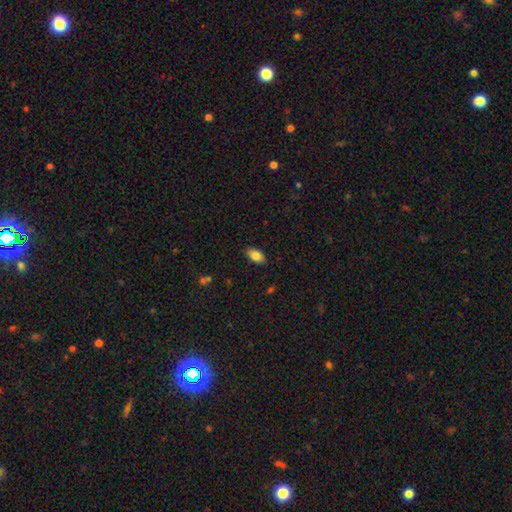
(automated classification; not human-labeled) smooth_or_featured: smooth (p=0.84) [alt: featured or disk p=0.08]
how_rounded: in between (p=0.93) [alt: round p=0.05]
merging: none (p=0.88) [alt: minor disturbance p=0.09]